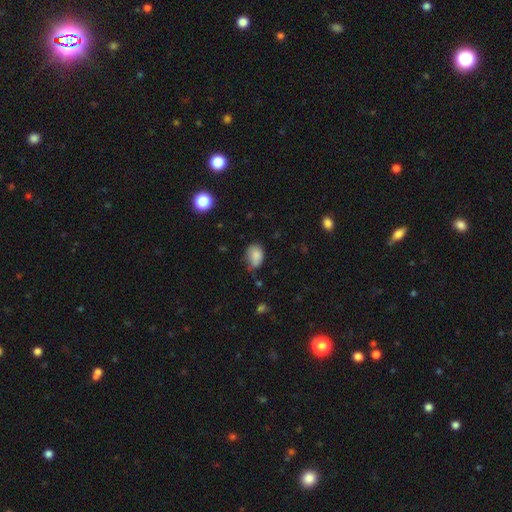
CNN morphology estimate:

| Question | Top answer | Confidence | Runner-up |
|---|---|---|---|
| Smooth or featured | smooth | 83% | star or artifact (9%) |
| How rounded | in between | 77% | round (22%) |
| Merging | none | 46% | minor disturbance (40%) |